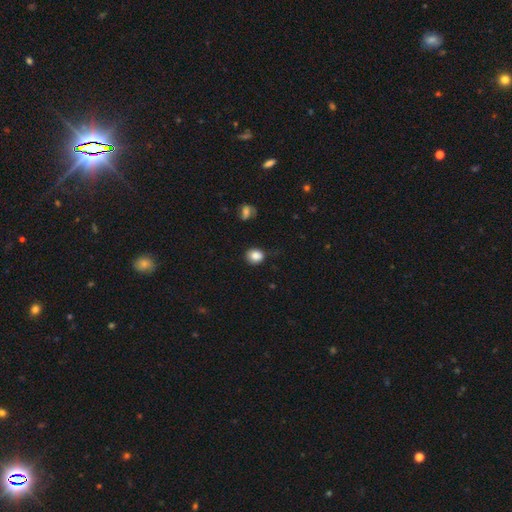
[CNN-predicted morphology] A smooth galaxy with no disk features (85%) that is round (72%). Merging: none (73%).